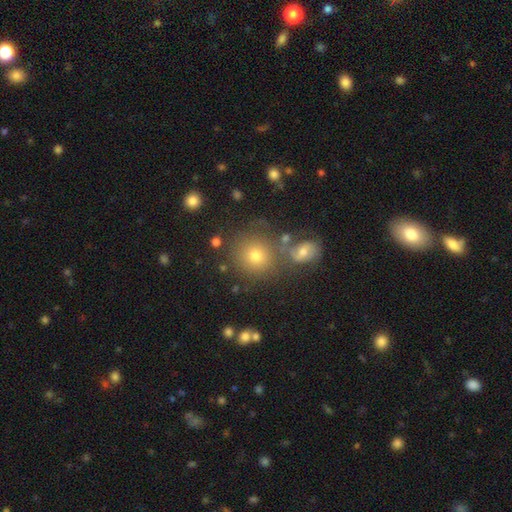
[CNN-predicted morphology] Overall: smooth (71%). How rounded: round (88%). Merging: none (72%).